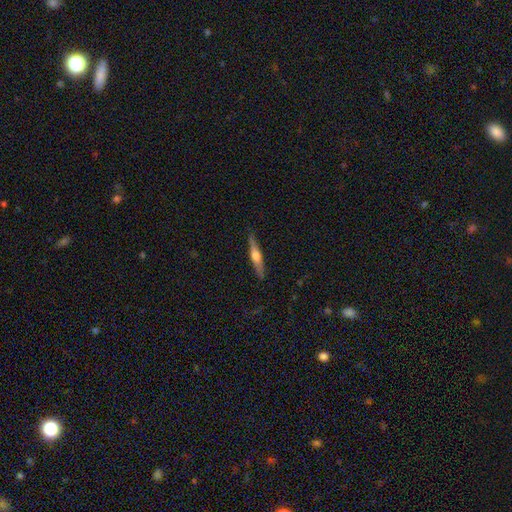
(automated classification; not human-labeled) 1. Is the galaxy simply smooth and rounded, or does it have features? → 59% featured or disk, 35% smooth, 6% star or artifact.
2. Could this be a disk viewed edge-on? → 97% yes, 3% no.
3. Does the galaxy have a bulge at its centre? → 90% rounded, 6% boxy, 5% none.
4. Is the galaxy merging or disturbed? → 89% none, 9% minor disturbance, 2% major disturbance, 1% merger.